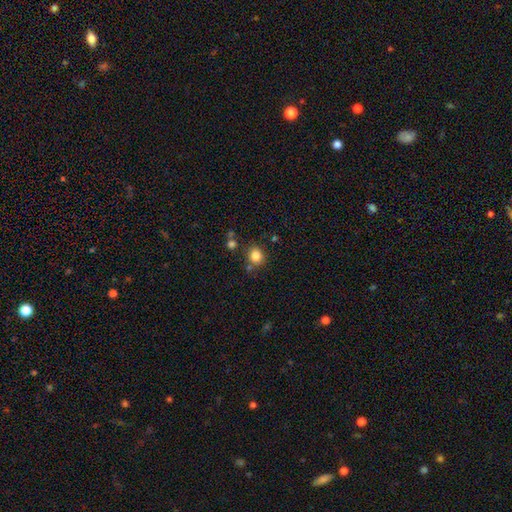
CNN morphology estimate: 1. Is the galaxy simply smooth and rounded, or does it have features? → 83% smooth, 11% star or artifact, 5% featured or disk.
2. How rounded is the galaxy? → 78% round, 21% in between, 1% cigar-shaped.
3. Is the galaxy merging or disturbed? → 78% none, 11% minor disturbance, 8% merger, 3% major disturbance.